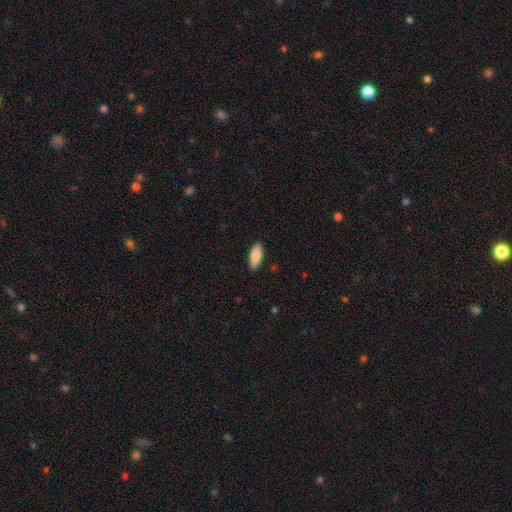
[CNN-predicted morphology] Smooth or featured?
  - smooth: 87% *
  - featured or disk: 7%
  - star or artifact: 6%
How rounded?
  - in between: 75% *
  - cigar-shaped: 24%
  - round: 2%
Merging?
  - none: 89% *
  - minor disturbance: 8%
  - major disturbance: 2%
  - merger: 1%